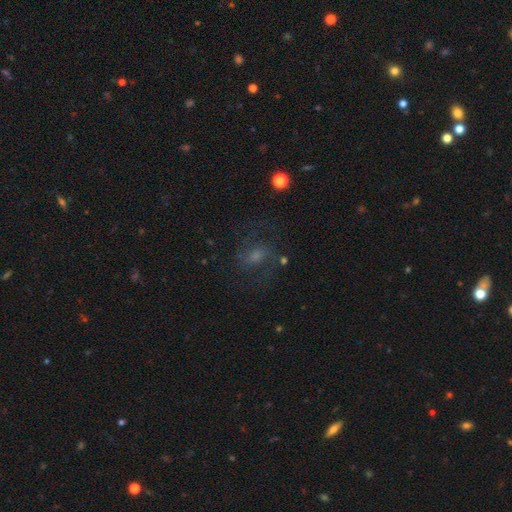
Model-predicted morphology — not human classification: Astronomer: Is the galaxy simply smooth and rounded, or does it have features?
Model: featured or disk — 56%.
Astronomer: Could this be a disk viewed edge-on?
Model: no — 97%.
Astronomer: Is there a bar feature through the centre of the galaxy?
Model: no — 48% (runner-up: weak, 42%).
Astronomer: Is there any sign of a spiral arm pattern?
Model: yes — 85%.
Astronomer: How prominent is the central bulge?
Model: small — 40% (runner-up: moderate, 36%).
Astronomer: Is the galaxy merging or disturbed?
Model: none — 65%.